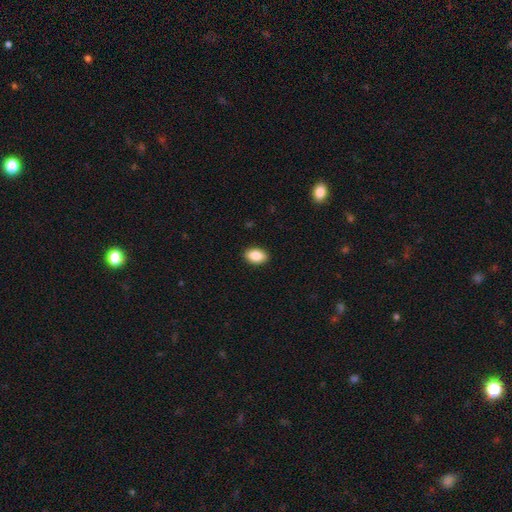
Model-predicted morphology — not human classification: Smooth or featured?
  - smooth: 88% *
  - star or artifact: 7%
  - featured or disk: 5%
How rounded?
  - in between: 90% *
  - round: 8%
  - cigar-shaped: 1%
Merging?
  - none: 91% *
  - minor disturbance: 7%
  - major disturbance: 2%
  - merger: 1%